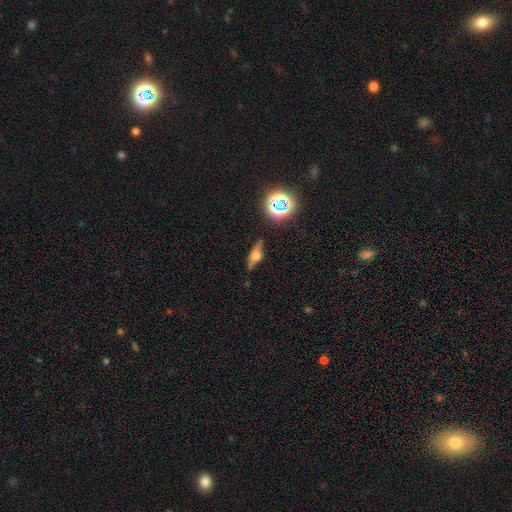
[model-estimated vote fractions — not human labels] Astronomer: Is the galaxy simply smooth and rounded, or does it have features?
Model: featured or disk — 57%.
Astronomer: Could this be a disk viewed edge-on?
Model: yes — 91%.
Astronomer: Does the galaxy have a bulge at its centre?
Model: rounded — 89%.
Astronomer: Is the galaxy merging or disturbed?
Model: none — 80%.